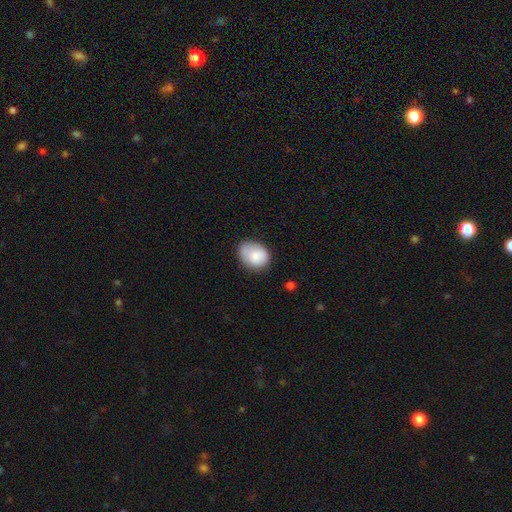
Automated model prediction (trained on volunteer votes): Overall: smooth (82%). How rounded: in between (57%; round 42%). Merging: none (58%; minor disturbance 30%).